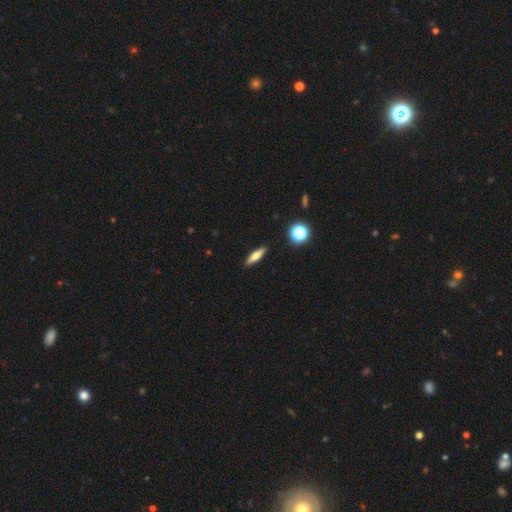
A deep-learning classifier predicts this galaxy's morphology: type=smooth (56%); roundness=cigar-shaped (68%); merging=none (90%).